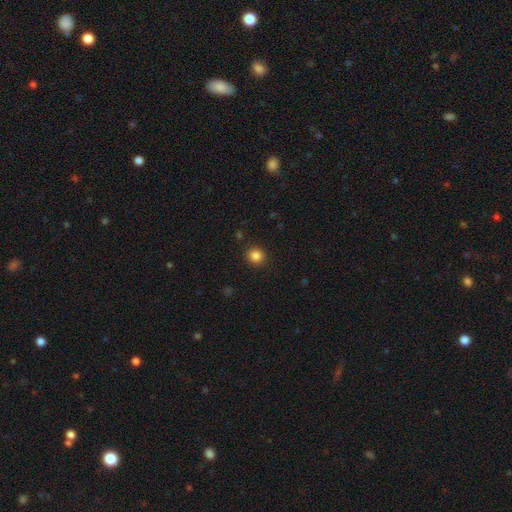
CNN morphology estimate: This appears to be a smooth galaxy with no disk features (85%) that is round (85%). Merging: none (90%).